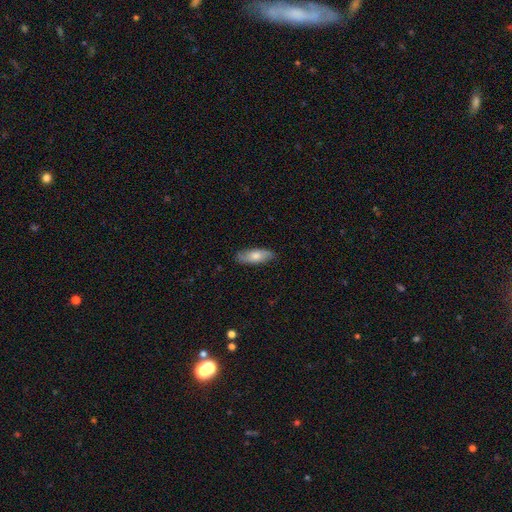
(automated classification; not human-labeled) A smooth galaxy with no disk features (68%) that is in between round and cigar-shaped (62%). Merging: none (86%).